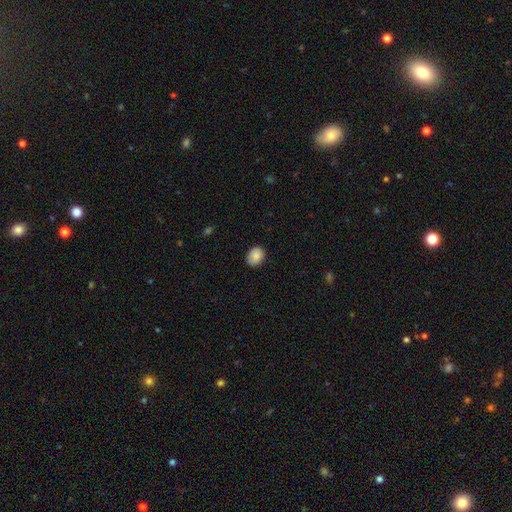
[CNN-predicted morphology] smooth 85%, star or artifact 8%, featured or disk 7%. Down the decision tree: how rounded — in between (55%); merging — none (80%).